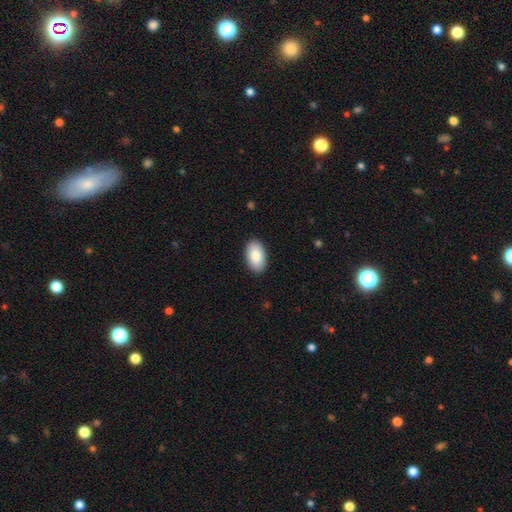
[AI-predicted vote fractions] smooth 88%, featured or disk 7%, star or artifact 6%. Down the decision tree: how rounded — in between (95%); merging — none (89%).